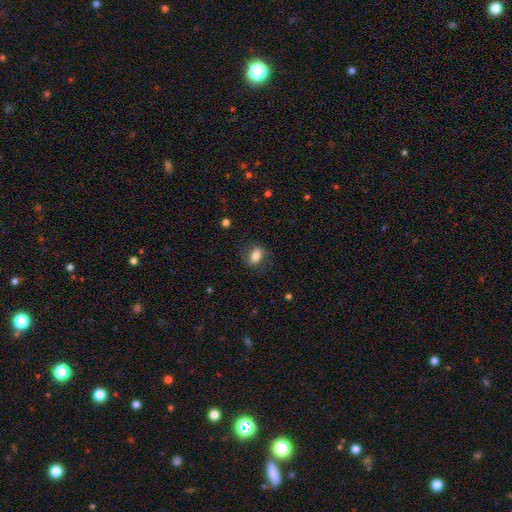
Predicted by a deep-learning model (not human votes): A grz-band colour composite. It shows a smooth galaxy with no disk features (77%) that is in between round and cigar-shaped (76%). Merging: none (72%).